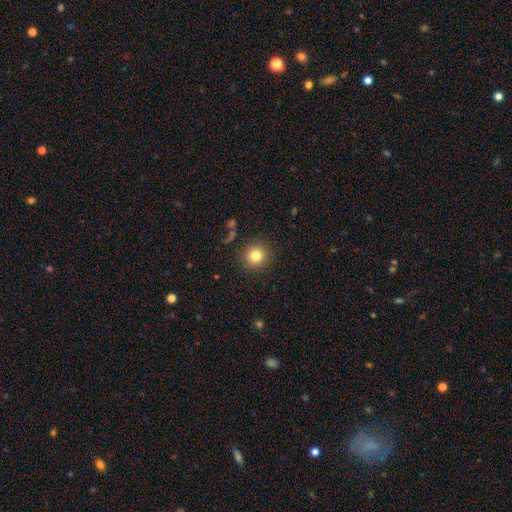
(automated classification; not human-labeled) A smooth galaxy with no disk features (82%) that is round (94%). Merging: none (89%).